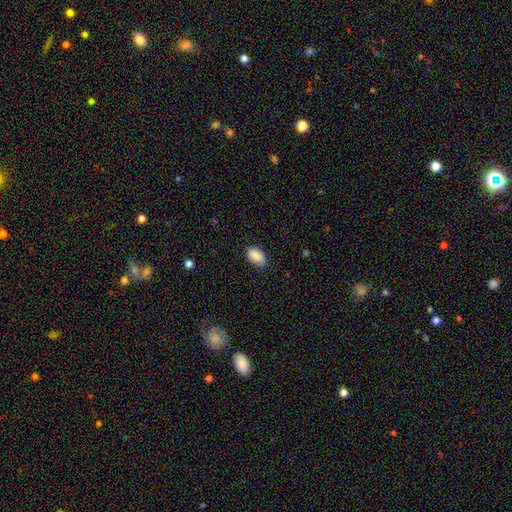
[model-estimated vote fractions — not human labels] Smooth or featured? Predicted: smooth (p=0.86). How rounded? Predicted: in between (p=0.93). Merging? Predicted: none (p=0.84).